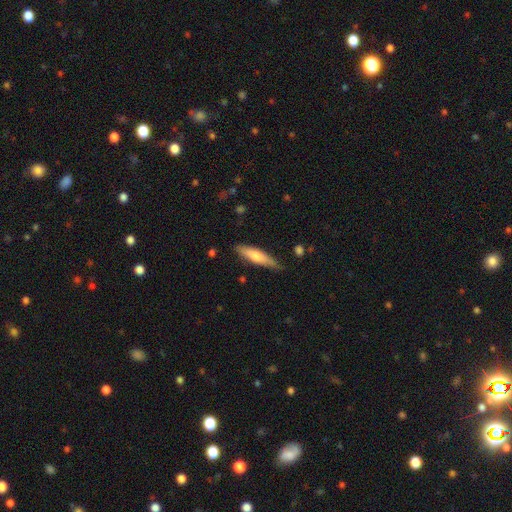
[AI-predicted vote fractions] Smooth or featured?
  - smooth: 64% *
  - featured or disk: 30%
  - star or artifact: 5%
How rounded?
  - cigar-shaped: 74% *
  - in between: 25%
  - round: 2%
Merging?
  - none: 73% *
  - minor disturbance: 22%
  - major disturbance: 3%
  - merger: 2%